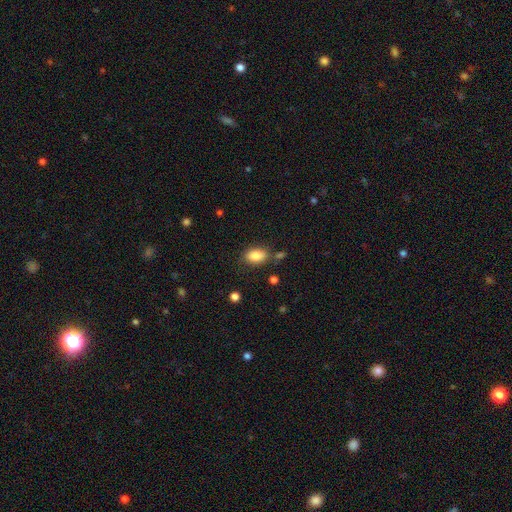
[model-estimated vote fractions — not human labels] smooth-or-featured: smooth: 85% | star or artifact: 8% | featured or disk: 7%
  how-rounded: in between: 88% | round: 9% | cigar-shaped: 3%
  merging: none: 76% | minor disturbance: 15% | merger: 6% | major disturbance: 4%